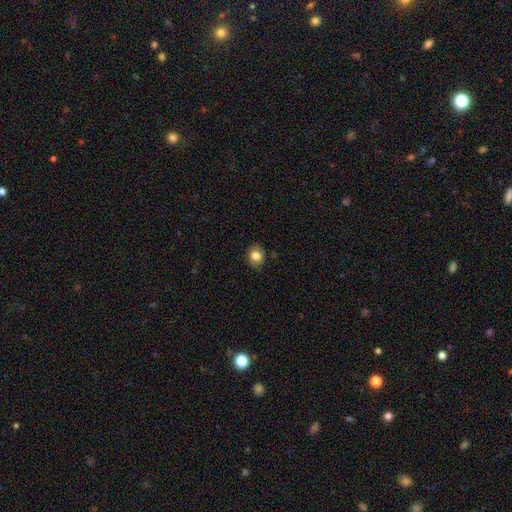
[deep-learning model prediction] Overall: smooth (81%). How rounded: round (62%; in between 37%). Merging: none (84%).